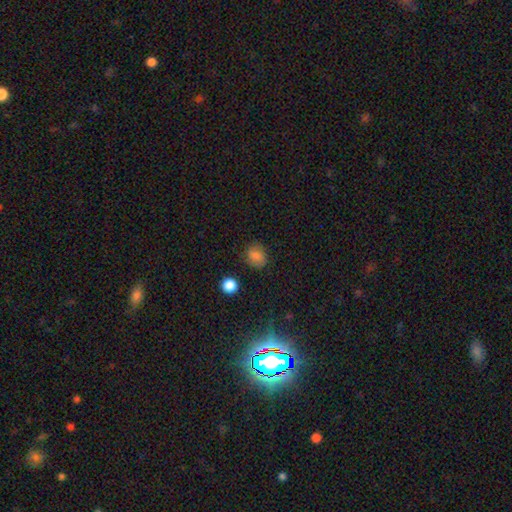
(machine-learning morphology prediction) This appears to be a smooth galaxy with no disk features (79%) that is round (62%). Merging: none (81%).